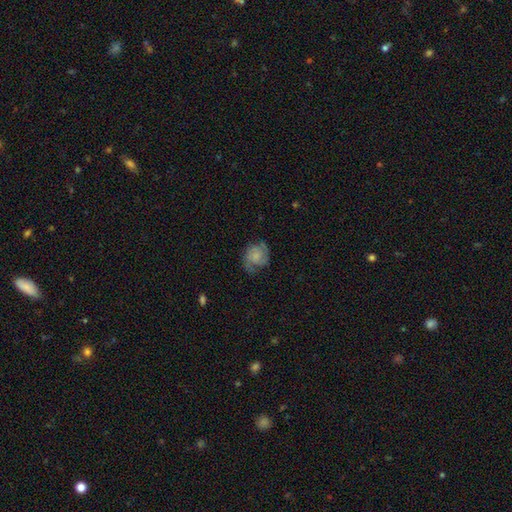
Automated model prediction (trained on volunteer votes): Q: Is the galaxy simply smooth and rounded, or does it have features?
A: featured or disk — 54%.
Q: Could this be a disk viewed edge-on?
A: no — 97%.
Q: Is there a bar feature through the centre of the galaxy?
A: no — 74%.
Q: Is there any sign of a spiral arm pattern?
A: yes — 86%.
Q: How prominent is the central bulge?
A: none — 35%.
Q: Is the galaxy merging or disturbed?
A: none — 60%.